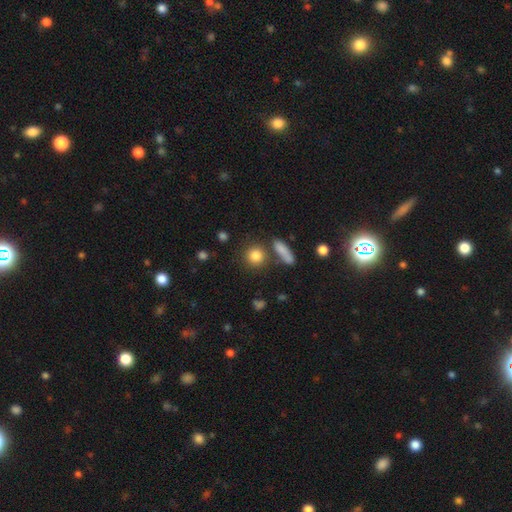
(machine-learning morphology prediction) Overall: smooth (83%). How rounded: round (84%). Merging: none (75%).